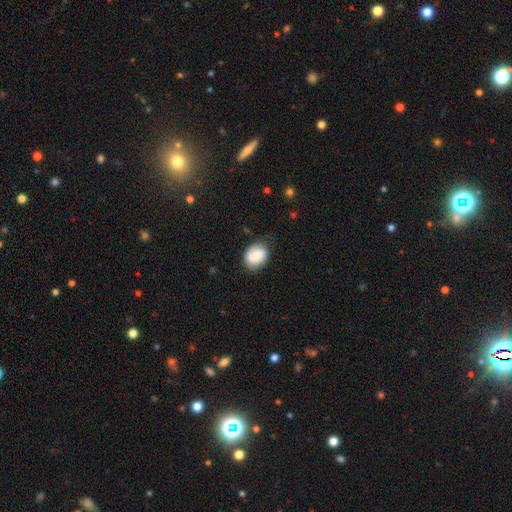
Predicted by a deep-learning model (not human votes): Q: Smooth or featured?
A: smooth (68%); runner-up: featured or disk (25%)
Q: How rounded?
A: in between (65%); runner-up: round (34%)
Q: Merging?
A: none (70%); runner-up: minor disturbance (23%)